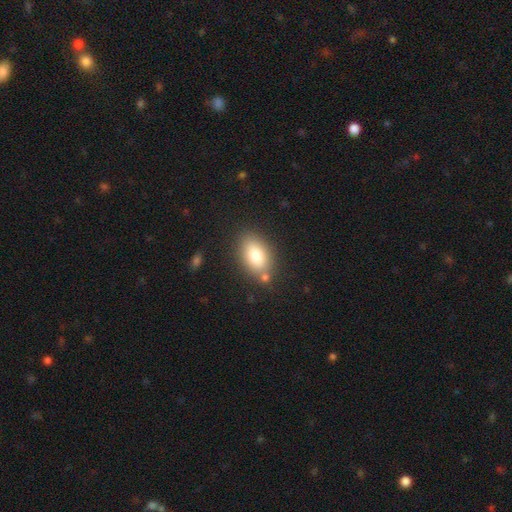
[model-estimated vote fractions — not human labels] A smooth galaxy with no disk features (81%) that is in between round and cigar-shaped (89%). Merging: none (75%).